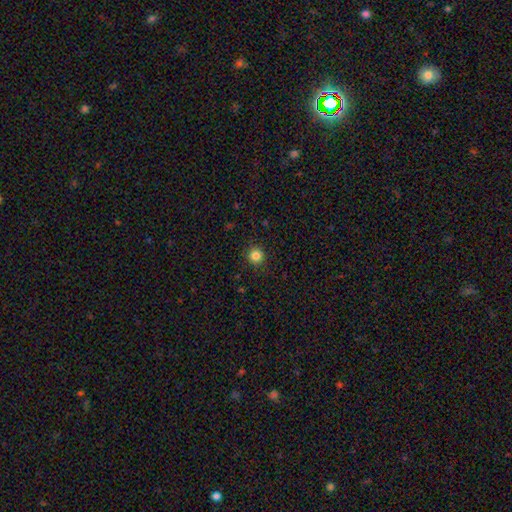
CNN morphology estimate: Smooth or featured: smooth — 83% (star or artifact — 12%)
How rounded: round — 94% (in between — 5%)
Merging: none — 90% (minor disturbance — 7%)